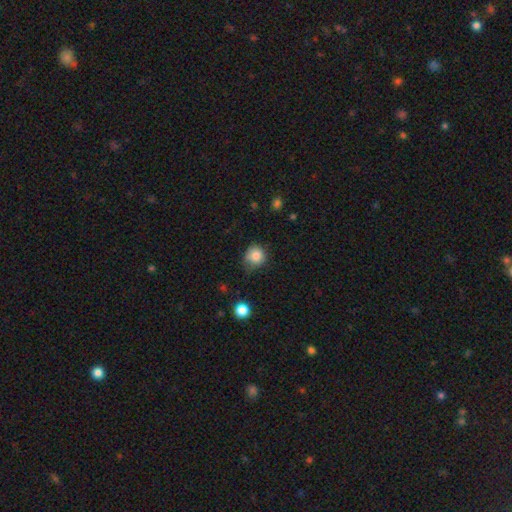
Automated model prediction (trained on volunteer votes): This appears to be a smooth galaxy with no disk features (83%) that is round (83%). Merging: none (59%).